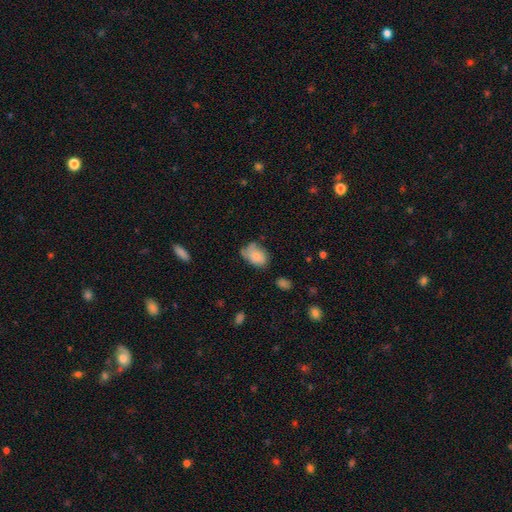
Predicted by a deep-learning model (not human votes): A smooth galaxy with no disk features (77%) that is in between round and cigar-shaped (83%).

Vote fractions:
- Smooth or featured? smooth: 77% / featured or disk: 15% / star or artifact: 8%
- How rounded? in between: 83% / round: 16% / cigar-shaped: 1%
- Merging? none: 49% / minor disturbance: 35% / major disturbance: 12% / merger: 4%